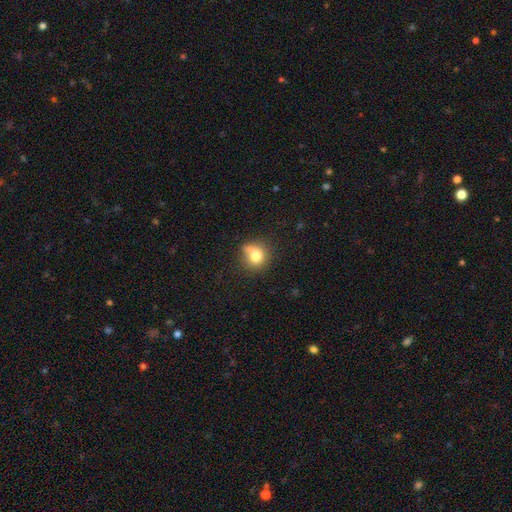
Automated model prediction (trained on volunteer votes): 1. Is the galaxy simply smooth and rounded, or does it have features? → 77% smooth, 12% featured or disk, 11% star or artifact.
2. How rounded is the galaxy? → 77% round, 22% in between, 1% cigar-shaped.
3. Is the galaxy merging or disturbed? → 52% none, 28% minor disturbance, 13% major disturbance, 8% merger.